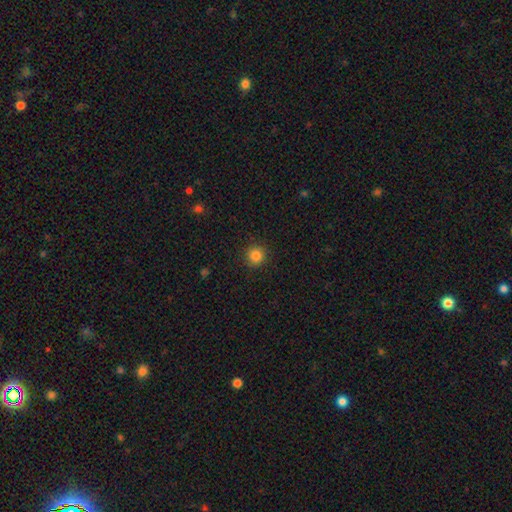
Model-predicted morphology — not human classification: smooth_or_featured: smooth (p=0.84) [alt: star or artifact p=0.12]
how_rounded: round (p=0.94) [alt: in between p=0.05]
merging: none (p=0.91) [alt: minor disturbance p=0.06]